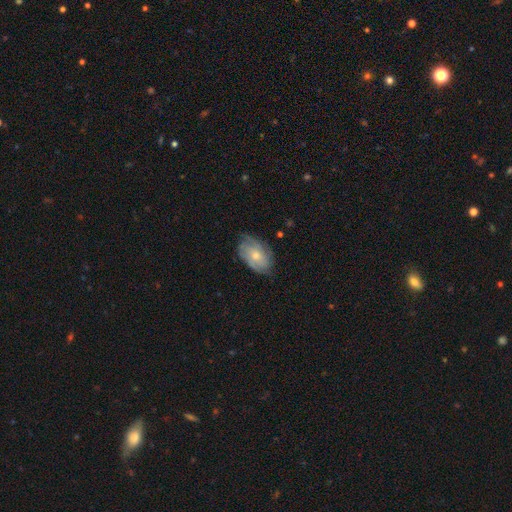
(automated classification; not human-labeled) The model was most divided on "smooth or featured": smooth: 47%, featured or disk: 46%, star or artifact: 6%. More confident: merging — none (67%).